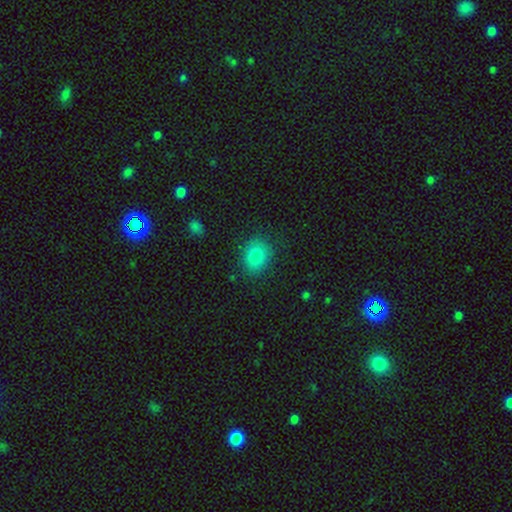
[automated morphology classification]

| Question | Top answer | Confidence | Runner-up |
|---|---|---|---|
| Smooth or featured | smooth | 83% | star or artifact (10%) |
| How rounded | round | 56% | in between (43%) |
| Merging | none | 84% | minor disturbance (12%) |